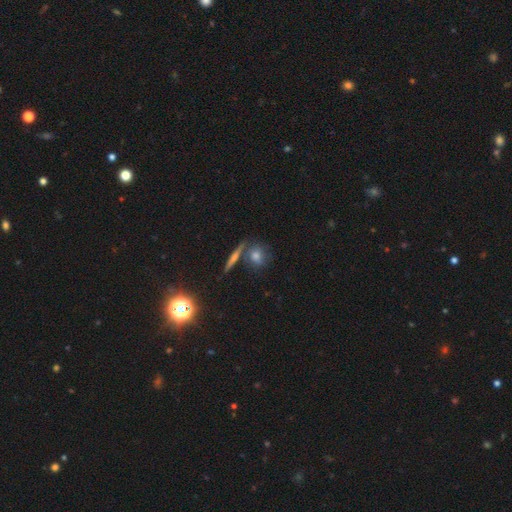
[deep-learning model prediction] Smooth or featured: smooth — 39% (star or artifact — 37%)
Merging: none — 54% (merger — 26%)